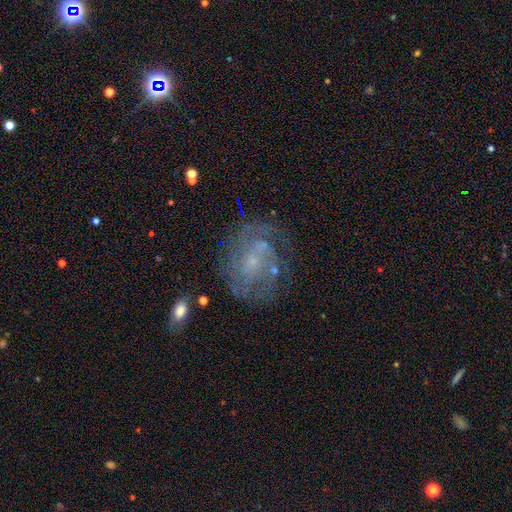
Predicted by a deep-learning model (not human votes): featured or disk 67%, star or artifact 17%, smooth 16%. Down the decision tree: edge-on disk — no (97%); bar — no (60%); spiral arms — yes (79%); spiral arm count — can't tell (45%); spiral winding — tight (44%); bulge size — small (61%); merging — none (67%).